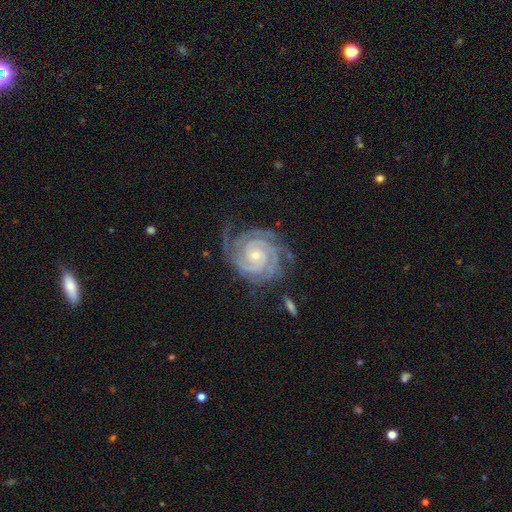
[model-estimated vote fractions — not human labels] This is clearly a featured or disk galaxy (92%). It is clearly not viewed edge-on (98%). Bar: likely no (65%). Spiral arm pattern: clearly yes (99%). Spiral arm count: marginally 3 (31%). Spiral winding: clearly tight (84%). Central bulge: likely small (71%). Merging: likely none (71%).